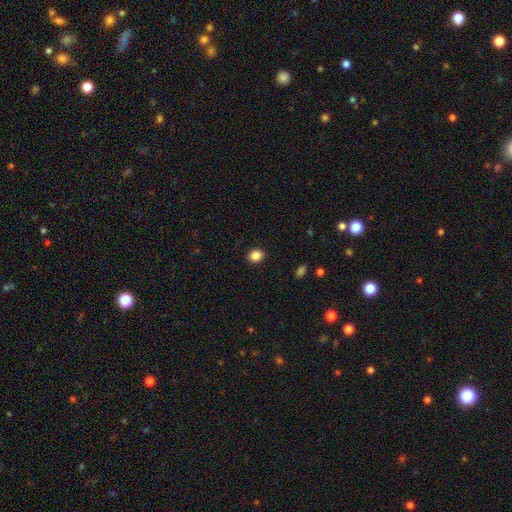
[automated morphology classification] This appears to be a smooth galaxy with no disk features (86%) that is round (59%). Merging: none (91%).